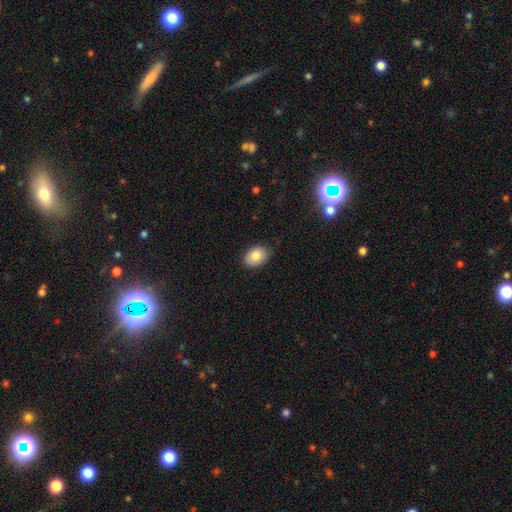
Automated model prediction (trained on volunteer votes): A smooth galaxy with no disk features (82%) that is in between round and cigar-shaped (79%).

Vote fractions:
- Smooth or featured? smooth: 82% / featured or disk: 10% / star or artifact: 8%
- How rounded? in between: 79% / round: 20% / cigar-shaped: 1%
- Merging? none: 84% / minor disturbance: 13% / major disturbance: 2% / merger: 1%